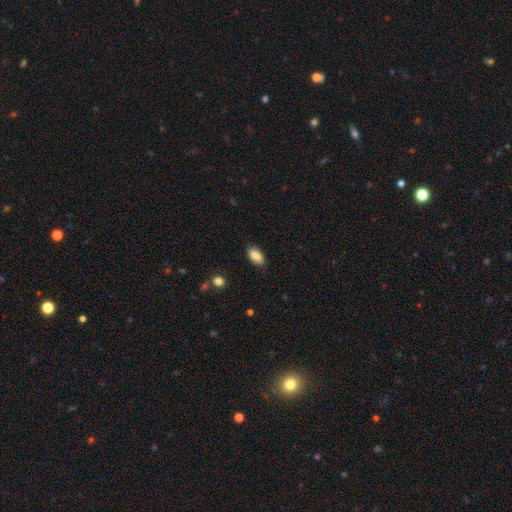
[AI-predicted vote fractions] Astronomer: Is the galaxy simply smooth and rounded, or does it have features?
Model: smooth — 86%.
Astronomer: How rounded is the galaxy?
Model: in between — 91%.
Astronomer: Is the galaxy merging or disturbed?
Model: none — 84%.